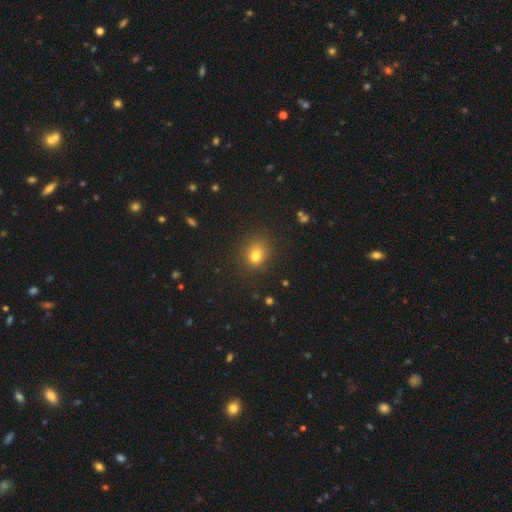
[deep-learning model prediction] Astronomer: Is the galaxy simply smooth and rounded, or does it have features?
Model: smooth — 80%.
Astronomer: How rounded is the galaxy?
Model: round — 54% (runner-up: in between, 45%).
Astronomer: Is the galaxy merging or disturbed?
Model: none — 83%.